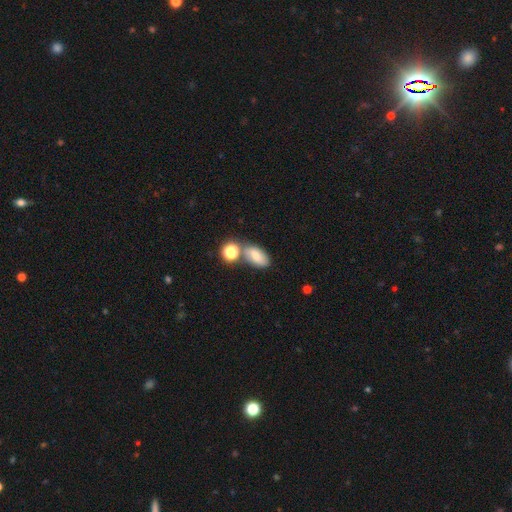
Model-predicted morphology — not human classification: smooth_or_featured: smooth (p=0.67) [alt: featured or disk p=0.20]
how_rounded: in between (p=0.85) [alt: round p=0.11]
merging: none (p=0.55) [alt: merger p=0.22]